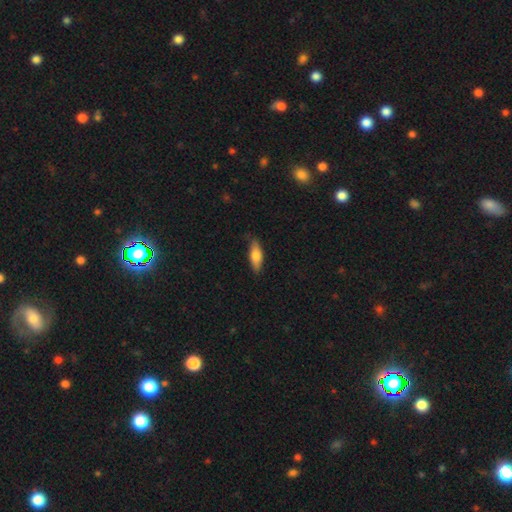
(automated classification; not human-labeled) Morphology: type=smooth (72%); roundness=in between (61%); merging=none (81%).